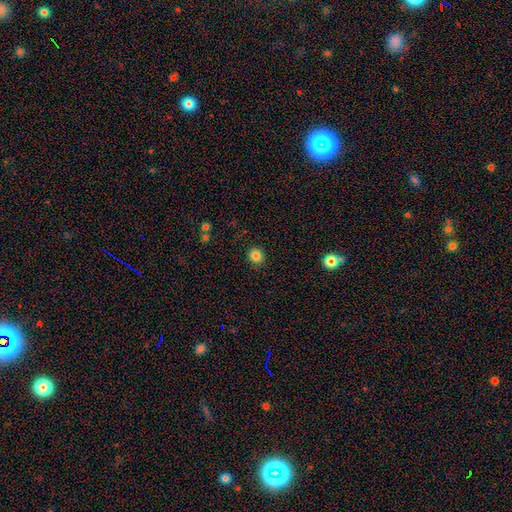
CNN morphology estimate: smooth_or_featured: smooth (p=0.84) [alt: star or artifact p=0.11]
how_rounded: round (p=0.89) [alt: in between p=0.10]
merging: none (p=0.90) [alt: minor disturbance p=0.07]